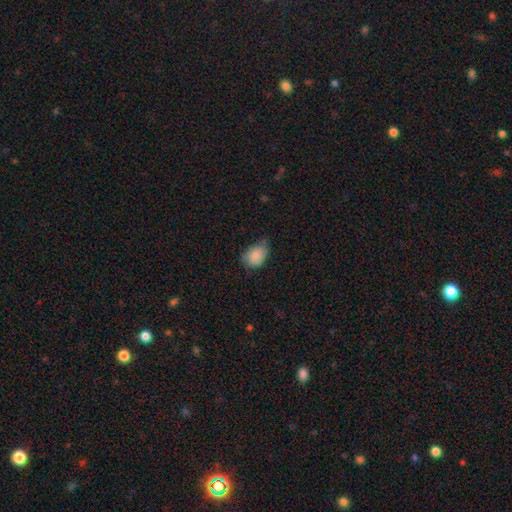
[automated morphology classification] Smooth or featured? smooth (85%)
How rounded? in between (71%)
Merging? none (50%)